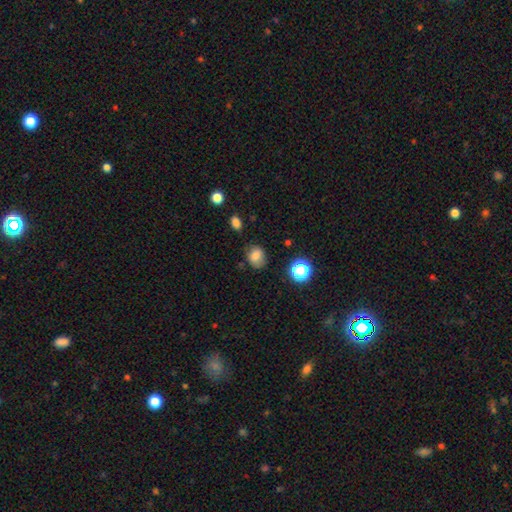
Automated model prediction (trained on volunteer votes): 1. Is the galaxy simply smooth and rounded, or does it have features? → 79% smooth, 13% star or artifact, 8% featured or disk.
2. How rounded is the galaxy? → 51% round, 48% in between, 1% cigar-shaped.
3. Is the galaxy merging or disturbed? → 68% none, 23% minor disturbance, 6% major disturbance, 3% merger.